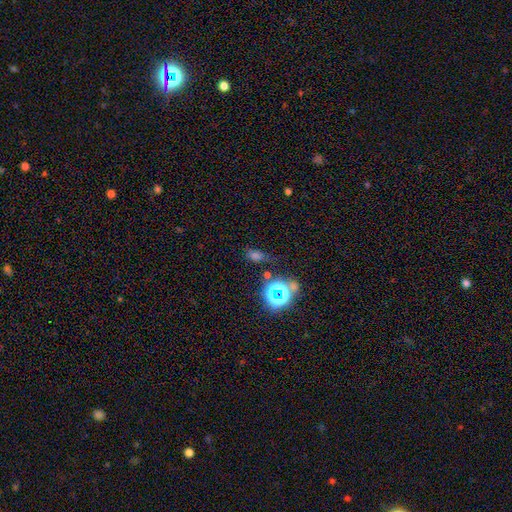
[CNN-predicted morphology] A smooth galaxy with no disk features (47%).

Vote fractions:
- Smooth or featured? smooth: 47% / star or artifact: 43% / featured or disk: 10%
- Merging? none: 65% / minor disturbance: 18% / major disturbance: 10% / merger: 7%